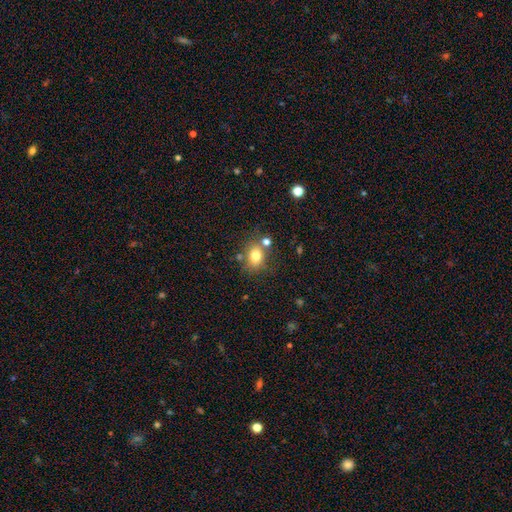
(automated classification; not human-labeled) This is likely a smooth galaxy (78%). How rounded: possibly in between (50%). Merging: likely none (67%).